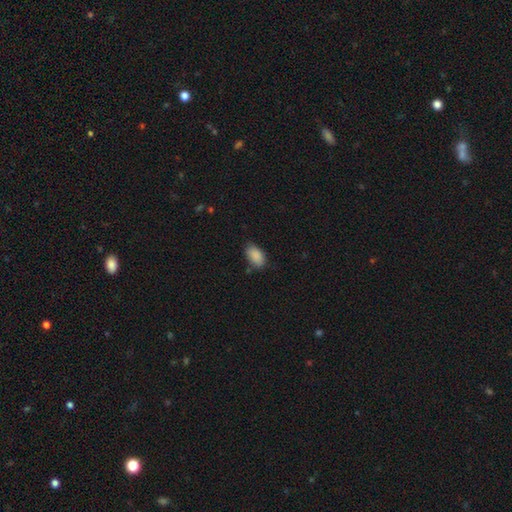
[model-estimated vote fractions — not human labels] smooth-or-featured: smooth: 89% | star or artifact: 7% | featured or disk: 4%
  how-rounded: in between: 93% | round: 5% | cigar-shaped: 2%
  merging: none: 77% | minor disturbance: 18% | major disturbance: 3% | merger: 2%